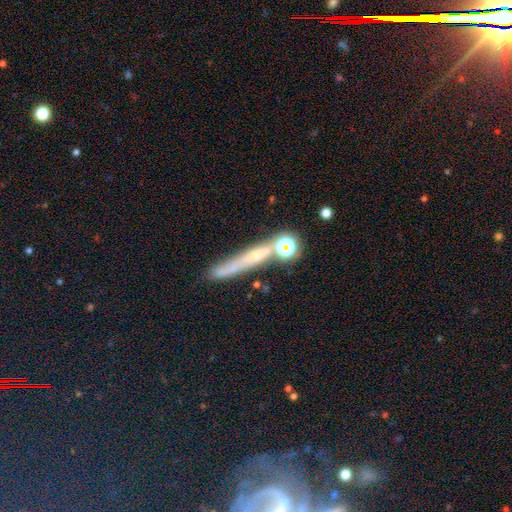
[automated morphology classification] Smooth or featured? smooth (39%)
Merging? none (64%)